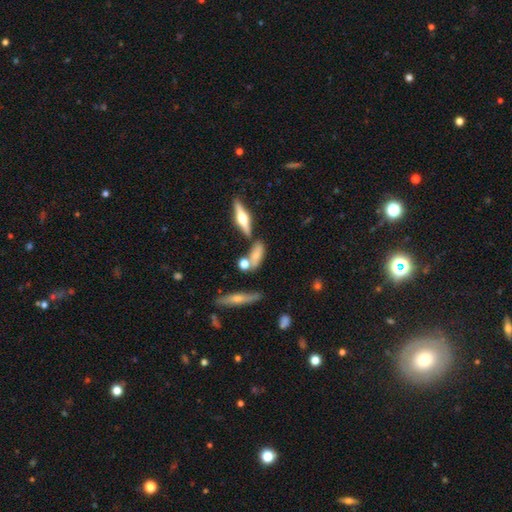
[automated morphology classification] Smooth or featured: smooth — 61% (featured or disk — 29%)
How rounded: in between — 64% (cigar-shaped — 26%)
Merging: none — 56% (minor disturbance — 18%)